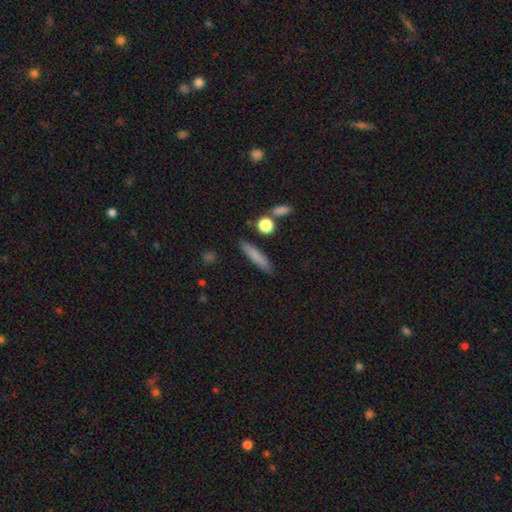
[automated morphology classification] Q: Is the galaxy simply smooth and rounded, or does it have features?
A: smooth — 78%.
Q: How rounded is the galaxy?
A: cigar-shaped — 85%.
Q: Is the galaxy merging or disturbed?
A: none — 86%.